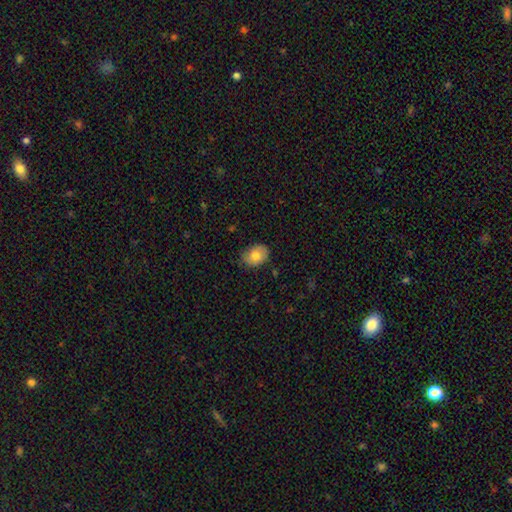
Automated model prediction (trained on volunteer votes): Overall: smooth (78%). How rounded: in between (69%; round 30%). Merging: none (76%).